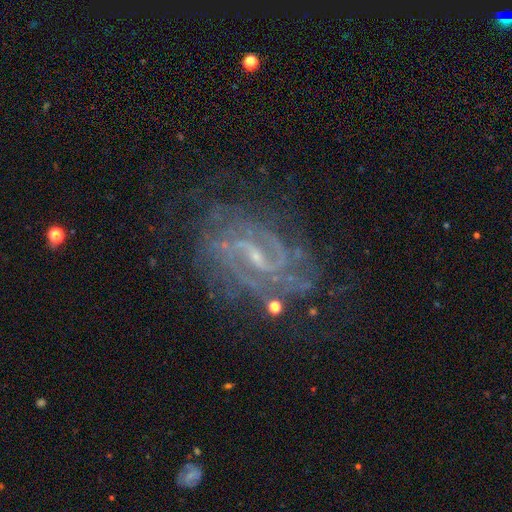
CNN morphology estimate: A featured or disk galaxy (89%) with a weak bar (51%), 2 (62%) medium (46%) spiral arms (97%) and a small central bulge (72%).

Vote fractions:
- Smooth or featured? featured or disk: 89% / star or artifact: 7% / smooth: 4%
- Edge-on disk? no: 97% / yes: 3%
- Bar? weak: 51% / strong: 34% / no: 15%
- Spiral arms? yes: 97% / no: 3%
- Spiral winding? medium: 46% / tight: 42% / loose: 12%
- Spiral arm count? 2: 62% / can't tell: 15% / 3: 9% / 4: 5% / more than 4: 4% / 1: 4%
- Bulge size? small: 72% / moderate: 18% / none: 9% / large: 1% / dominant: 1%
- Merging? none: 69% / minor disturbance: 18% / major disturbance: 10% / merger: 3%